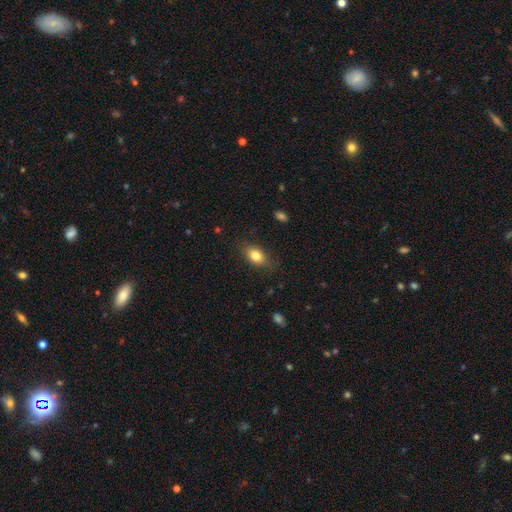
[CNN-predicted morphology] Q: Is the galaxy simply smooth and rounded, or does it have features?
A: smooth — 81%.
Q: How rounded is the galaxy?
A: in between — 83%.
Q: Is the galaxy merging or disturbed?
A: none — 81%.